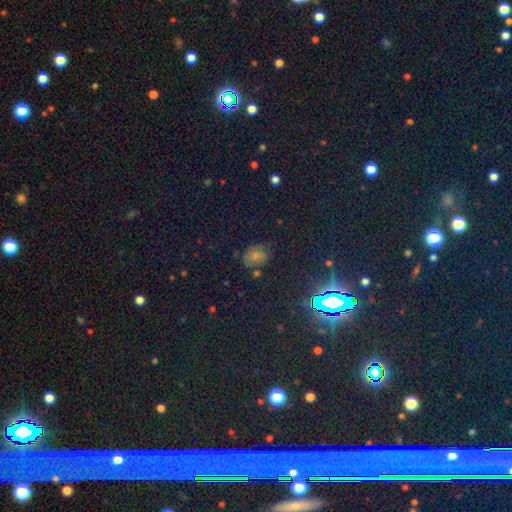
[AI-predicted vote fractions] A smooth galaxy with no disk features (52%) that is in between round and cigar-shaped (61%). Merging: none (64%).